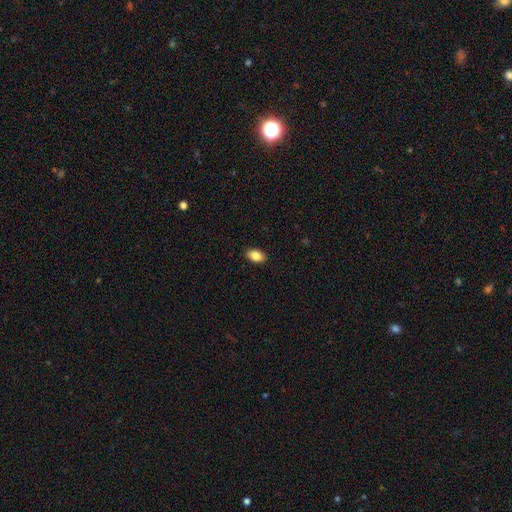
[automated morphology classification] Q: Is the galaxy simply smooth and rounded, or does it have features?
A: smooth — 86%.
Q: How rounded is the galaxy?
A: in between — 90%.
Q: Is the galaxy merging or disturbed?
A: none — 90%.